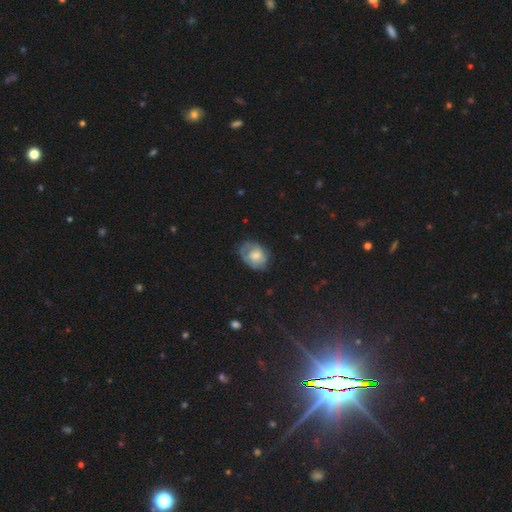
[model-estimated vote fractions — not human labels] A smooth galaxy with no disk features (49%).

Vote fractions:
- Smooth or featured? smooth: 49% / featured or disk: 43% / star or artifact: 8%
- Merging? none: 57% / minor disturbance: 29% / major disturbance: 12% / merger: 1%